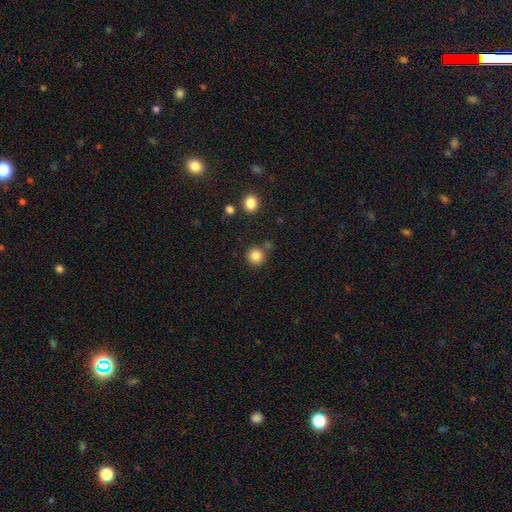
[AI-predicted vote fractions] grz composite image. It shows a smooth galaxy with no disk features (84%) that is round (94%). Merging: none (81%).